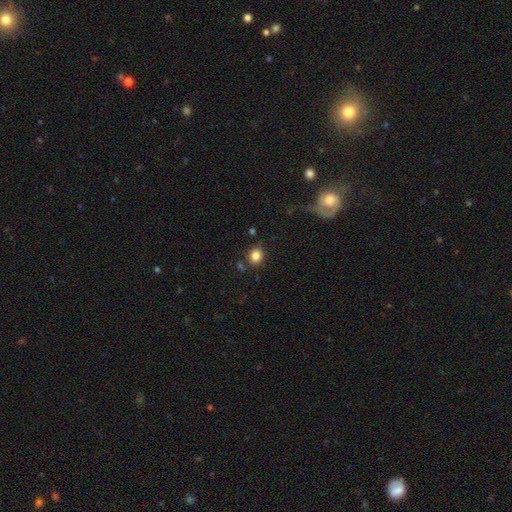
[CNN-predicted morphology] Q: Smooth or featured?
A: smooth (84%); runner-up: star or artifact (11%)
Q: How rounded?
A: round (62%); runner-up: in between (37%)
Q: Merging?
A: none (79%); runner-up: minor disturbance (12%)